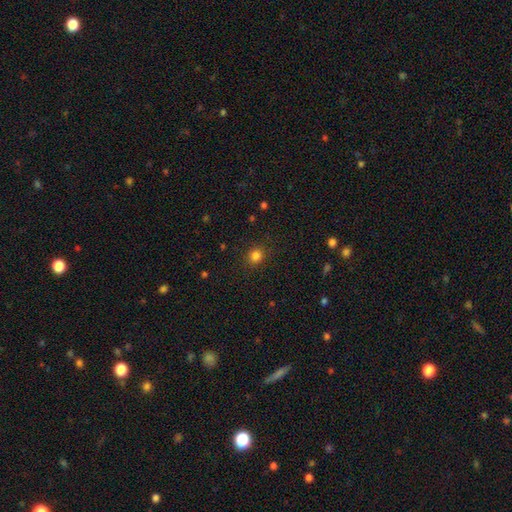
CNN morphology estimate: smooth 83%, star or artifact 13%, featured or disk 4%. Down the decision tree: how rounded — round (77%); merging — none (88%).